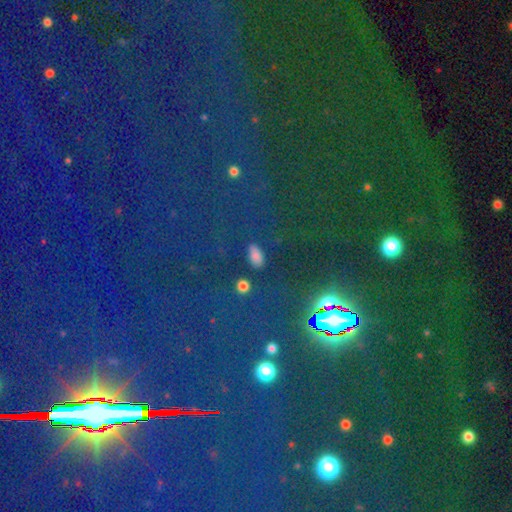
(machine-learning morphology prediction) The model was most divided on "smooth or featured": star or artifact: 65%, smooth: 26%, featured or disk: 9%.